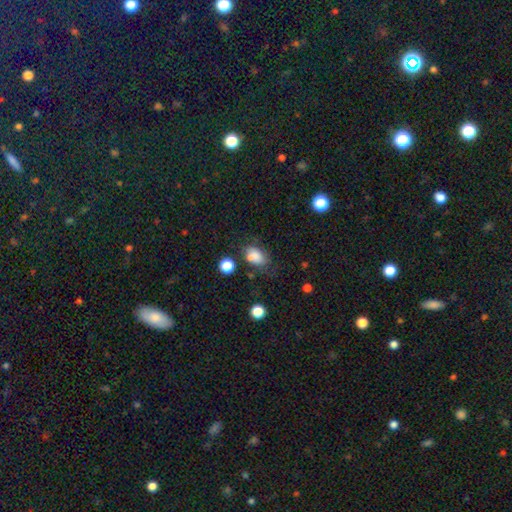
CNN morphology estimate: smooth-or-featured: smooth: 79% | star or artifact: 13% | featured or disk: 9%
  how-rounded: in between: 80% | round: 18% | cigar-shaped: 2%
  merging: none: 53% | minor disturbance: 24% | merger: 12% | major disturbance: 10%